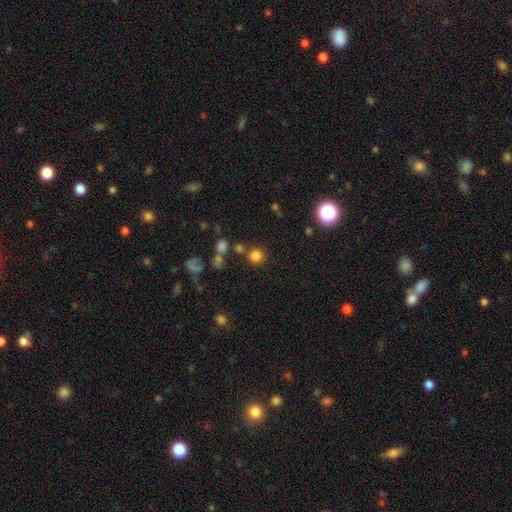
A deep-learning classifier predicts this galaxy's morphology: This is likely a smooth galaxy (78%). How rounded: clearly round (92%). Merging: likely none (77%).